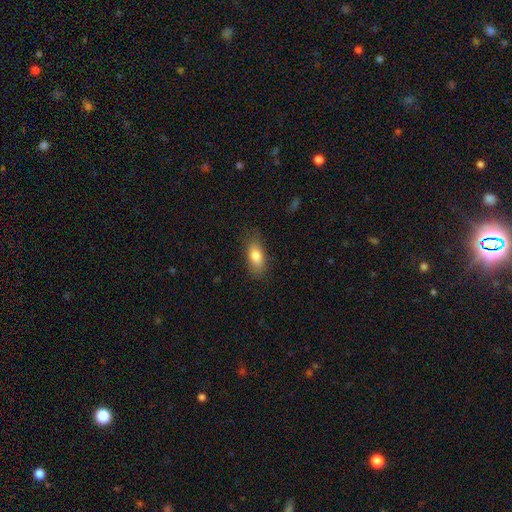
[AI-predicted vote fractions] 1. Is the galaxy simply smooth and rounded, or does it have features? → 80% smooth, 13% featured or disk, 7% star or artifact.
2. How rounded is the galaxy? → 83% in between, 13% cigar-shaped, 4% round.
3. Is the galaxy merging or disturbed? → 81% none, 15% minor disturbance, 4% major disturbance, 1% merger.